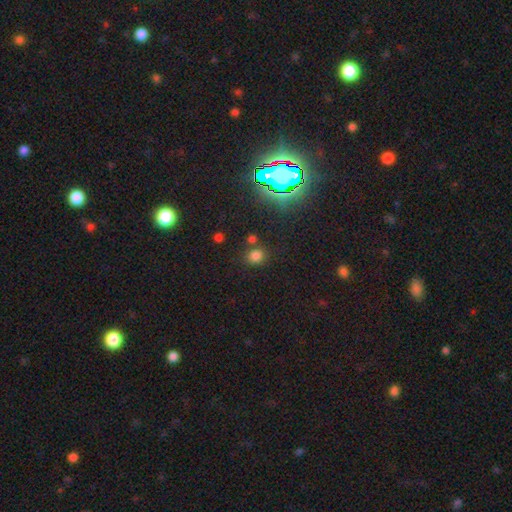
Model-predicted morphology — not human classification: This is likely a smooth galaxy (72%). How rounded: likely round (73%). Merging: likely none (74%).